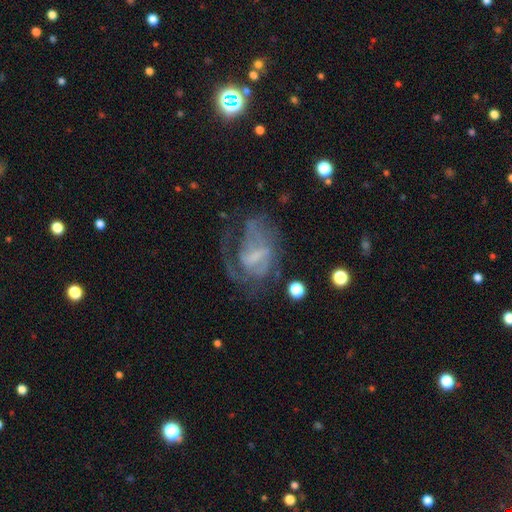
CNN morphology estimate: A featured or disk galaxy (73%) with a weak bar (47%), medium (43%) spiral arms (75%) and no central bulge (41%). Merging: none (39%).